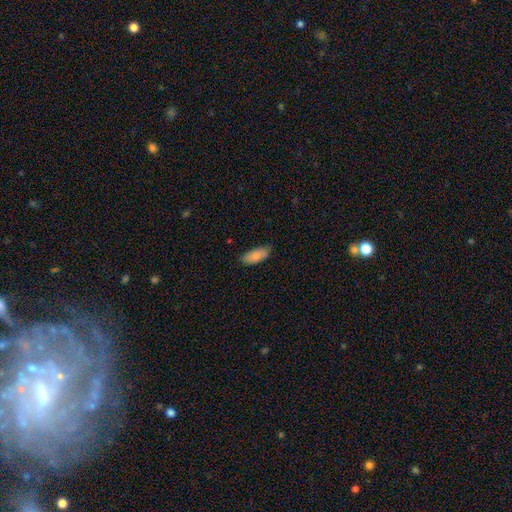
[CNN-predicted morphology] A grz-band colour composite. It shows a smooth galaxy with no disk features (86%) that is in between round and cigar-shaped (86%). Merging: none (78%).